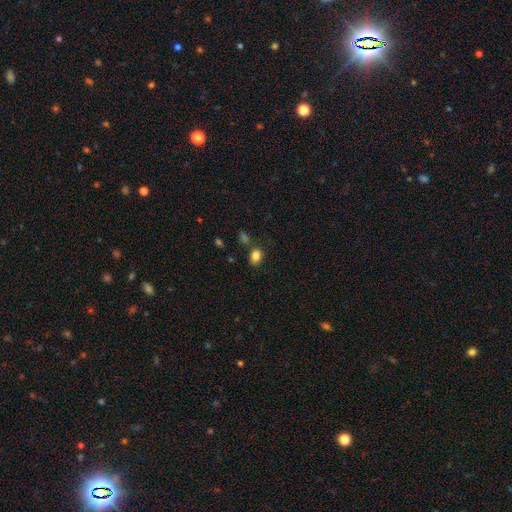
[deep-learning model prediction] A smooth galaxy with no disk features (84%) that is in between round and cigar-shaped (68%). Merging: none (76%).